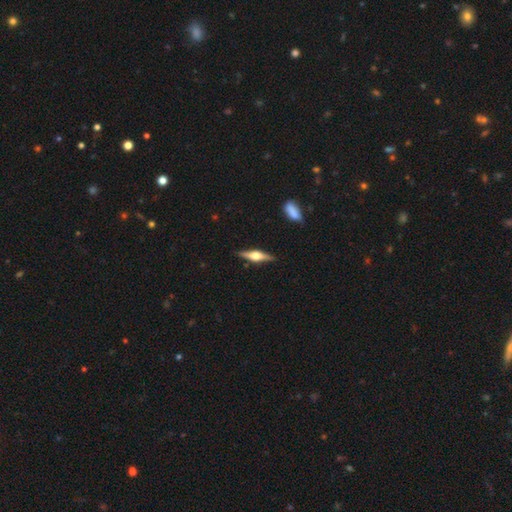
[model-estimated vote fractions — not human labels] smooth-or-featured: featured or disk: 72% | smooth: 22% | star or artifact: 6%
  disk-edge-on: yes: 97% | no: 3%
    edge-on-bulge: rounded: 92% | boxy: 6% | none: 2%
  merging: none: 87% | minor disturbance: 9% | major disturbance: 2% | merger: 2%